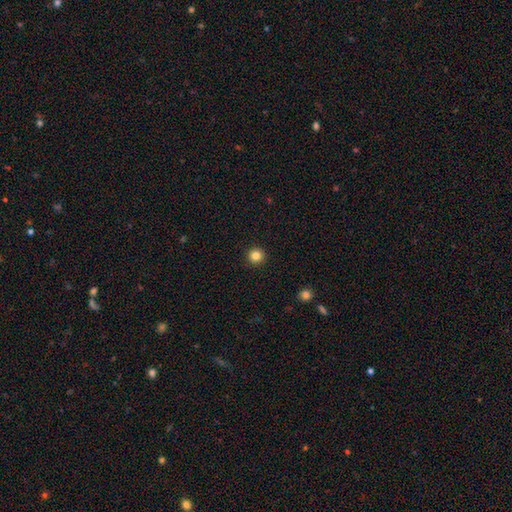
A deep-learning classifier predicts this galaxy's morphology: Smooth or featured? smooth (83%)
How rounded? round (96%)
Merging? none (94%)